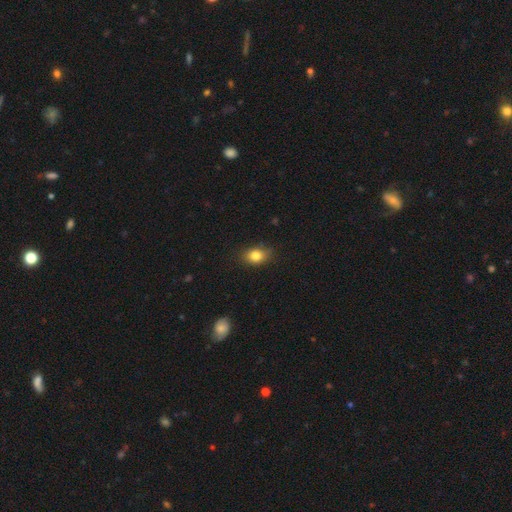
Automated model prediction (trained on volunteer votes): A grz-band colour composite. It shows a smooth galaxy with no disk features (83%) that is in between round and cigar-shaped (69%). Merging: none (80%).